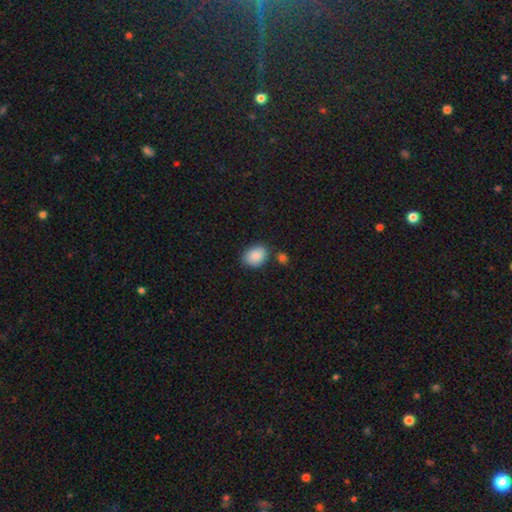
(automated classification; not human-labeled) Overall: smooth (87%). How rounded: in between (72%). Merging: none (75%).